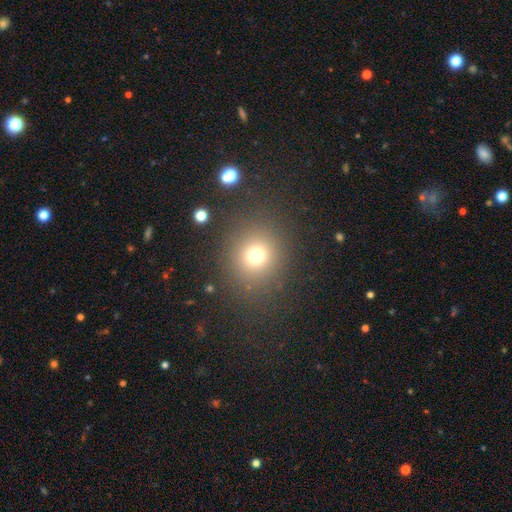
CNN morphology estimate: Smooth or featured? smooth (72%)
How rounded? round (84%)
Merging? none (84%)